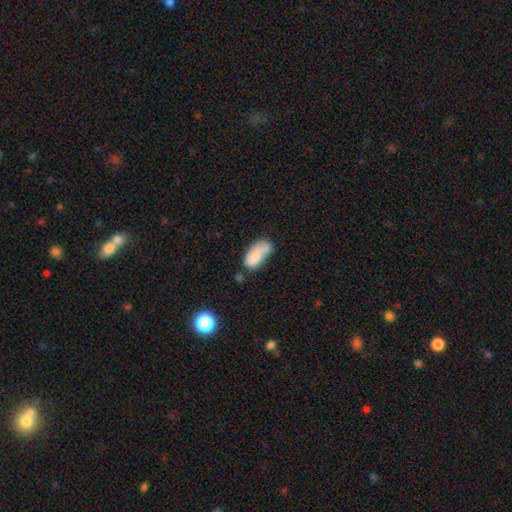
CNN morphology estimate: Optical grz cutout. It shows a smooth galaxy with no disk features (73%) that is in between round and cigar-shaped (91%). Merging: none (38%).